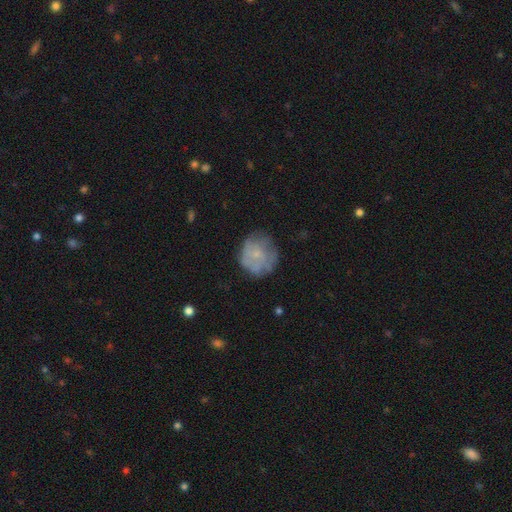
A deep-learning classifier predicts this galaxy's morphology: Smooth or featured? Predicted: smooth (p=0.53). How rounded? Predicted: round (p=0.84). Merging? Predicted: none (p=0.64).